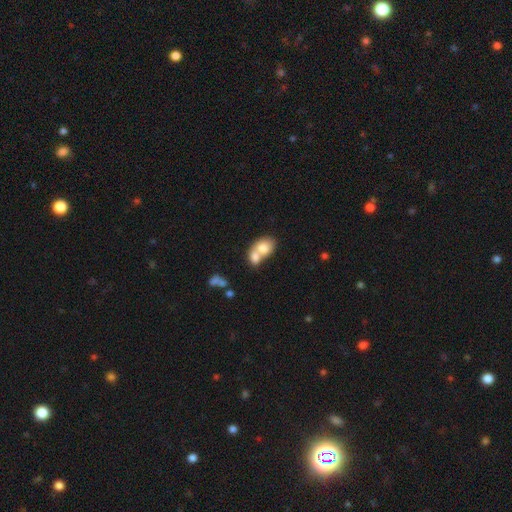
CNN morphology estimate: Smooth or featured? Predicted: smooth (p=0.72). How rounded? Predicted: in between (p=0.61). Merging? Predicted: merger (p=0.72).